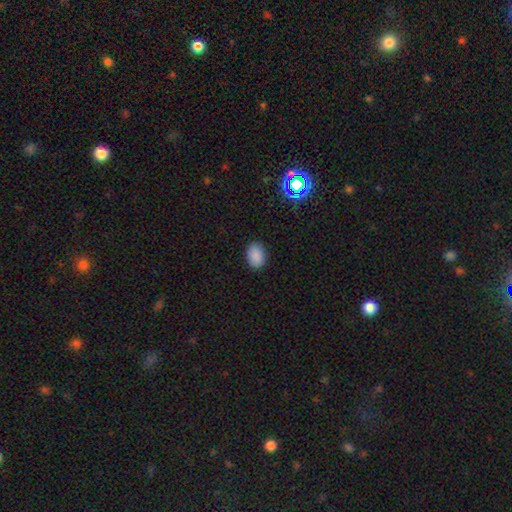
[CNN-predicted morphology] Smooth or featured?
  - smooth: 88% *
  - star or artifact: 9%
  - featured or disk: 3%
How rounded?
  - in between: 81% *
  - round: 18%
  - cigar-shaped: 1%
Merging?
  - none: 88% *
  - minor disturbance: 9%
  - major disturbance: 2%
  - merger: 1%